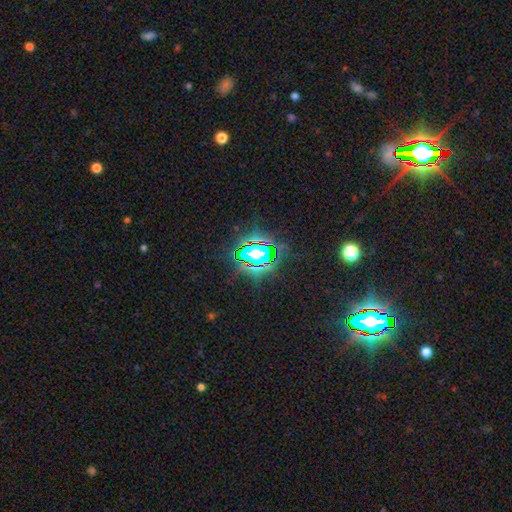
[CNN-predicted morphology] This appears to be a star or artifact, not a galaxy (81%).